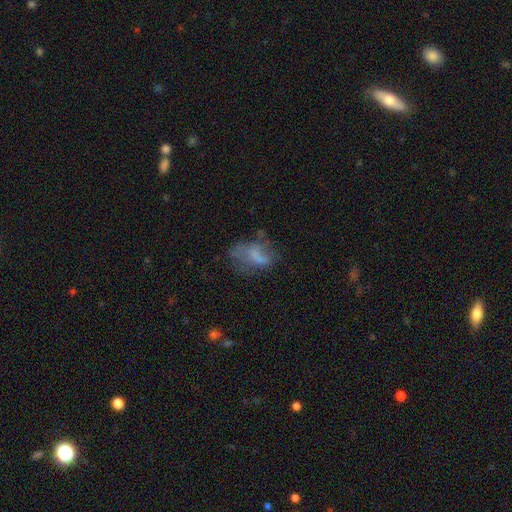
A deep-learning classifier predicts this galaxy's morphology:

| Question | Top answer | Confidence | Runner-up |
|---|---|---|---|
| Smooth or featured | smooth | 50% | featured or disk (37%) |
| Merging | none | 36% | major disturbance (31%) |